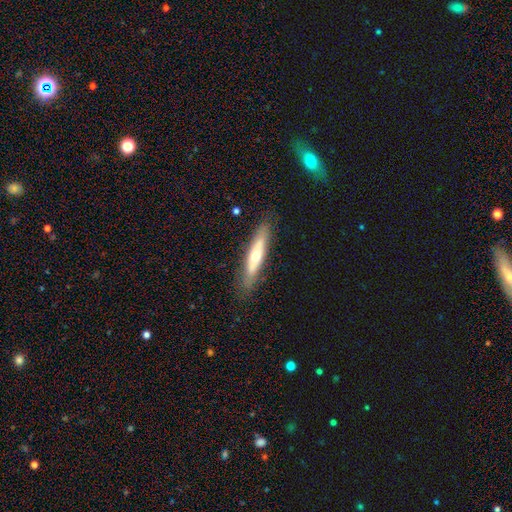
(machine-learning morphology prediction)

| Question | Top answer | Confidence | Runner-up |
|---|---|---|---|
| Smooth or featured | featured or disk | 48% | smooth (46%) |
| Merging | none | 83% | minor disturbance (12%) |